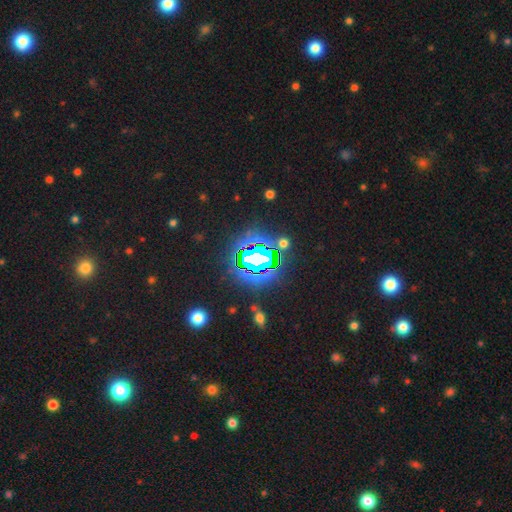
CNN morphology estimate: A star or artifact, not a galaxy (80%).